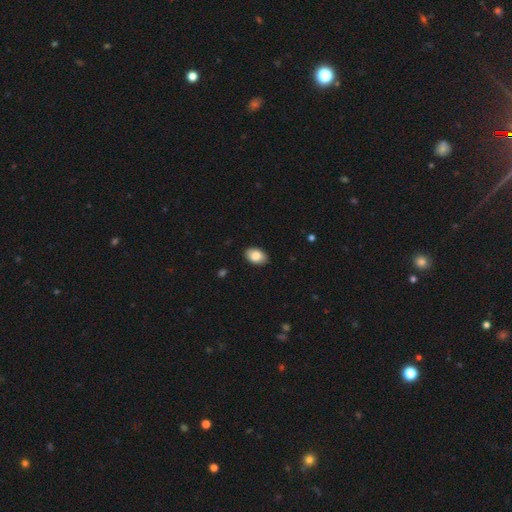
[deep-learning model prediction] Smooth or featured? smooth (85%)
How rounded? in between (87%)
Merging? none (89%)